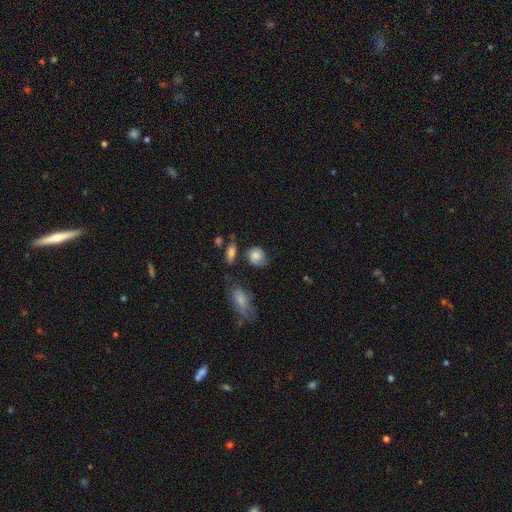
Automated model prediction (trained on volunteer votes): smooth 75%, featured or disk 17%, star or artifact 8%. Down the decision tree: how rounded — round (70%); merging — none (58%).